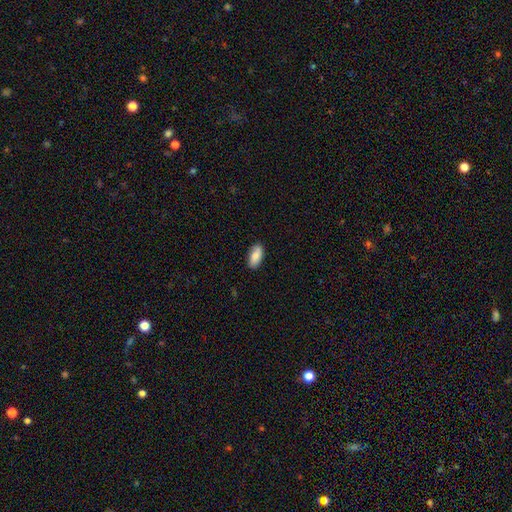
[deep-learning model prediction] Smooth or featured: smooth — 82% (featured or disk — 12%)
How rounded: in between — 91% (cigar-shaped — 7%)
Merging: none — 85% (minor disturbance — 11%)